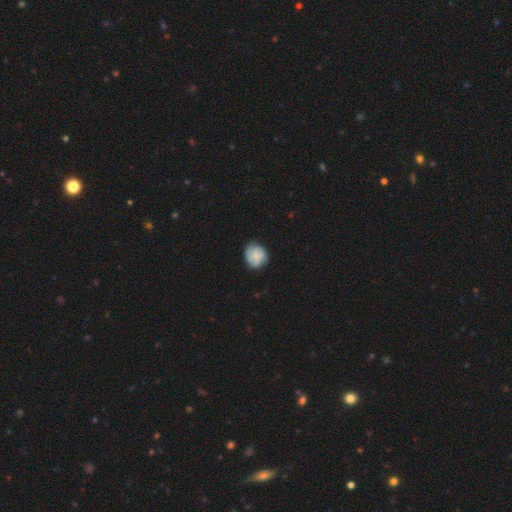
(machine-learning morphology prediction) smooth-or-featured: smooth: 63% | featured or disk: 30% | star or artifact: 7%
  how-rounded: round: 75% | in between: 24% | cigar-shaped: 1%
  merging: none: 71% | minor disturbance: 23% | major disturbance: 5% | merger: 1%